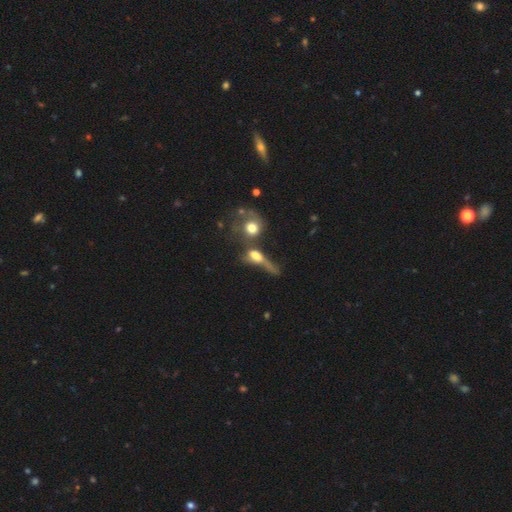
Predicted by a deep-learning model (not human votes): Smooth or featured: smooth — 54% (featured or disk — 35%)
How rounded: in between — 47% (round — 32%)
Merging: merger — 47% (major disturbance — 25%)